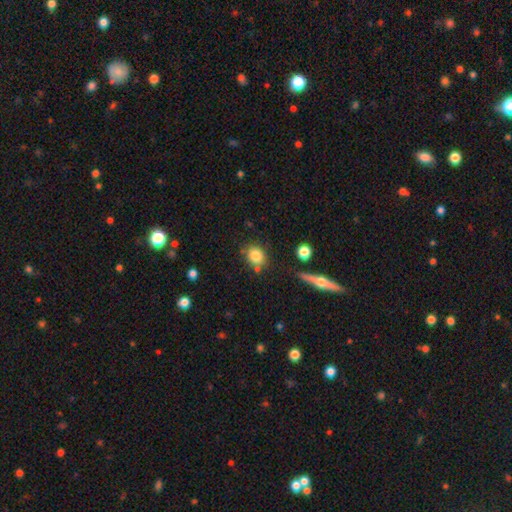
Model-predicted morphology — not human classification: Q: Smooth or featured?
A: smooth (82%); runner-up: star or artifact (9%)
Q: How rounded?
A: round (60%); runner-up: in between (38%)
Q: Merging?
A: none (73%); runner-up: minor disturbance (14%)